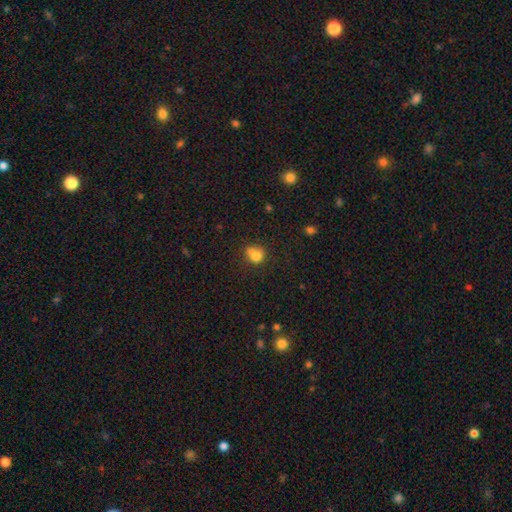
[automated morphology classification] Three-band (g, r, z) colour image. It shows a smooth galaxy with no disk features (74%) that is round (73%). Merging: merger (43%).